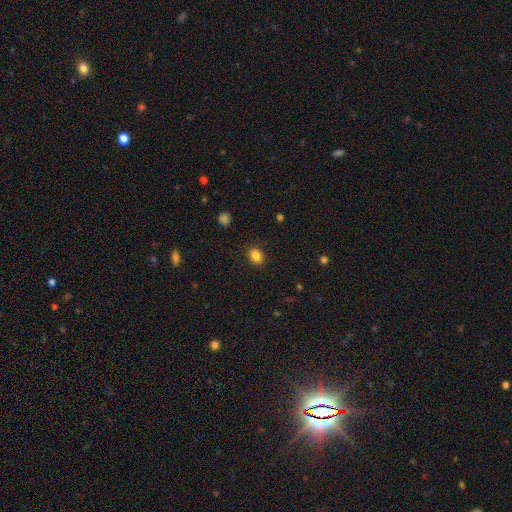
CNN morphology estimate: Overall: smooth (86%). How rounded: in between (73%). Merging: none (88%).